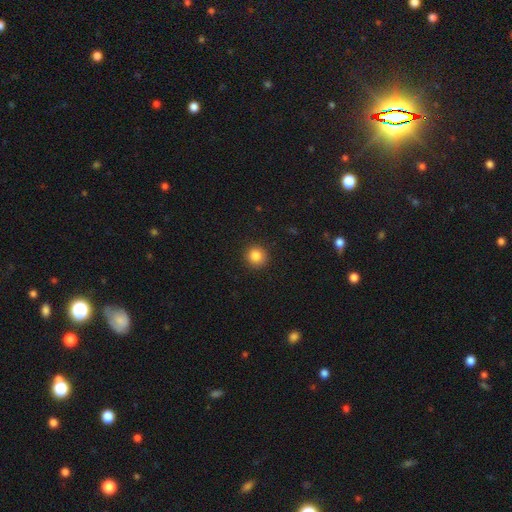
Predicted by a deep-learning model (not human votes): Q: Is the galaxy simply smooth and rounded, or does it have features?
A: smooth — 84%.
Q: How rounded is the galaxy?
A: round — 93%.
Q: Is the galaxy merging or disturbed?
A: none — 90%.